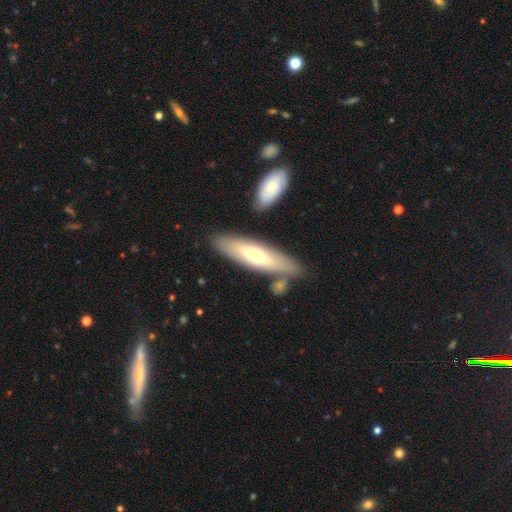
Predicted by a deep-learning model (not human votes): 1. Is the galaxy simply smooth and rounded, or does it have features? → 53% smooth, 42% featured or disk, 5% star or artifact.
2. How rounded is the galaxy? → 63% cigar-shaped, 35% in between, 2% round.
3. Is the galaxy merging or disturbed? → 75% none, 13% minor disturbance, 9% merger, 3% major disturbance.